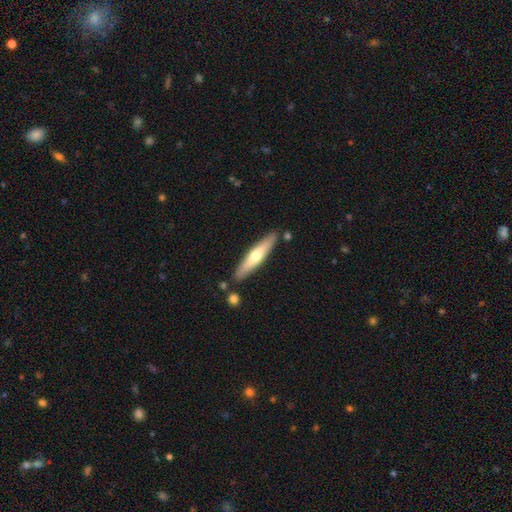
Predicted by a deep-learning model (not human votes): Overall: smooth (50%; featured or disk 45%). How rounded: cigar-shaped (87%). Merging: none (84%).